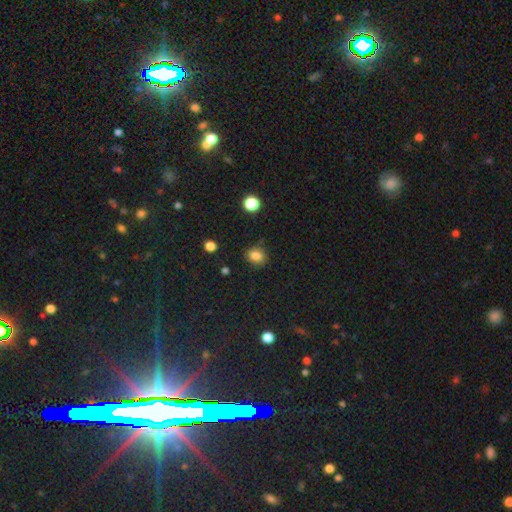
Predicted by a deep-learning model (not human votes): This is clearly a smooth galaxy (83%). How rounded: likely round (65%). Merging: clearly none (80%).